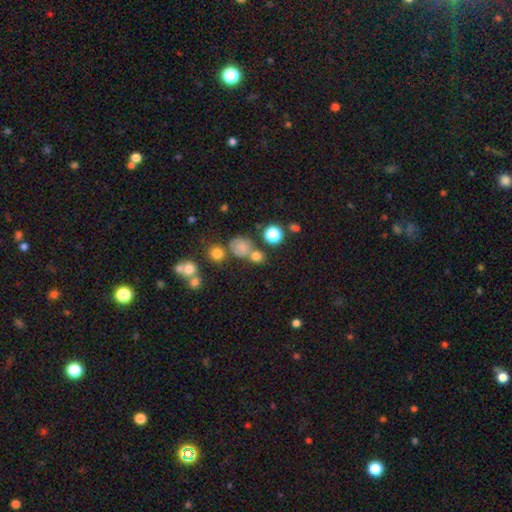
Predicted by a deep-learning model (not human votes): Smooth or featured: smooth — 71% (star or artifact — 21%)
How rounded: round — 80% (in between — 19%)
Merging: none — 57% (merger — 28%)